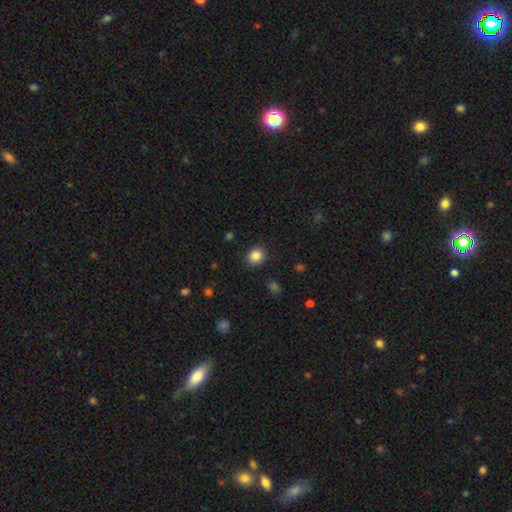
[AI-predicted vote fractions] A smooth galaxy with no disk features (86%) that is round (75%). Merging: none (89%).